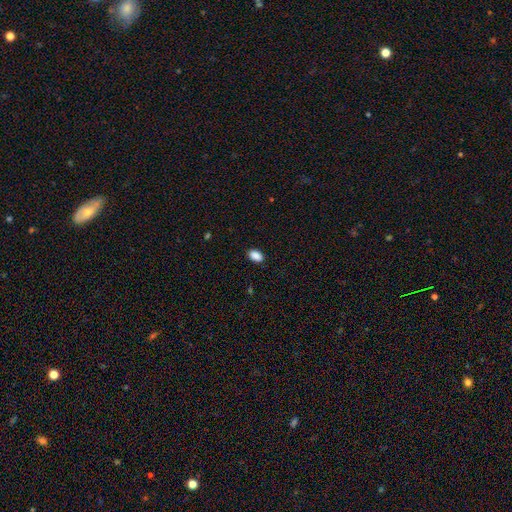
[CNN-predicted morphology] Smooth or featured: smooth — 89% (star or artifact — 8%)
How rounded: in between — 90% (round — 8%)
Merging: none — 88% (minor disturbance — 9%)